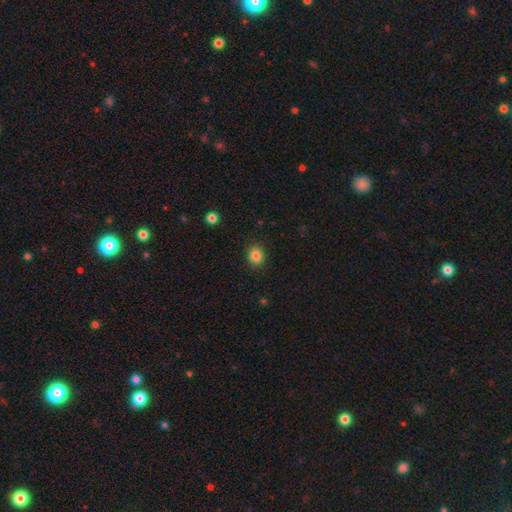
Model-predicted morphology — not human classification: Overall: smooth (85%). How rounded: round (67%; in between 32%). Merging: none (90%).